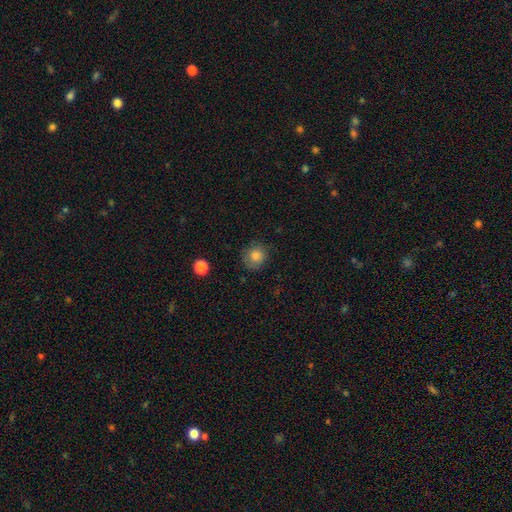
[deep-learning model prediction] Morphology: type=smooth (81%); roundness=round (86%); merging=none (77%).